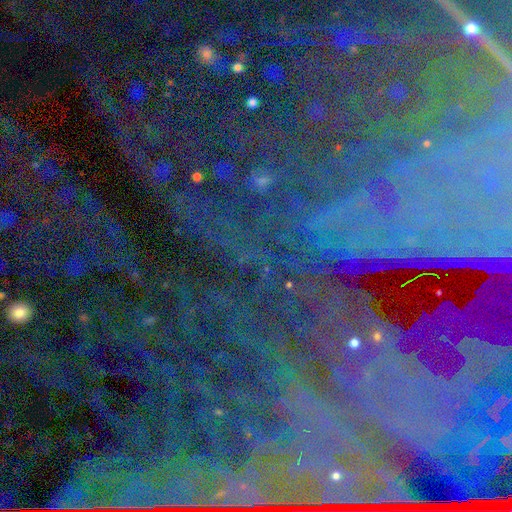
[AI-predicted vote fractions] Smooth or featured?
  - star or artifact: 84% *
  - featured or disk: 9%
  - smooth: 7%